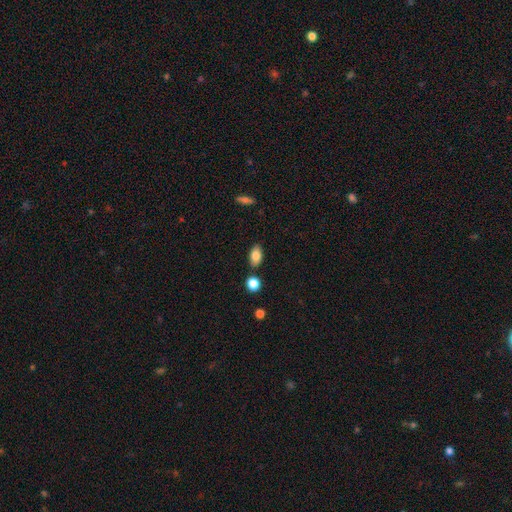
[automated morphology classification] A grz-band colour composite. It shows a smooth galaxy with no disk features (84%) that is in between round and cigar-shaped (89%). Merging: none (80%).